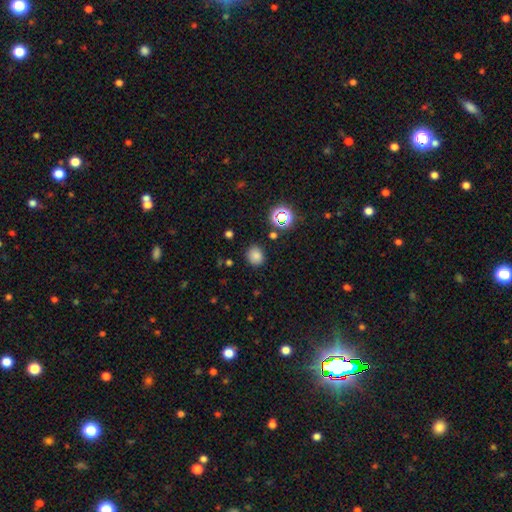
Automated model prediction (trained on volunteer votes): Smooth or featured?
  - smooth: 78% *
  - star or artifact: 17%
  - featured or disk: 5%
How rounded?
  - round: 77% *
  - in between: 22%
  - cigar-shaped: 1%
Merging?
  - none: 84% *
  - minor disturbance: 10%
  - major disturbance: 3%
  - merger: 2%